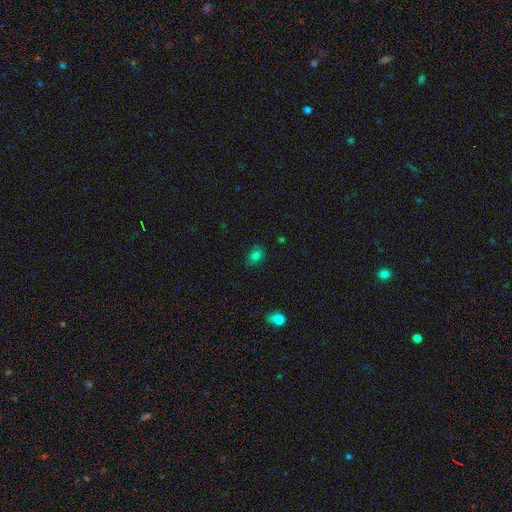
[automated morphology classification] smooth_or_featured: smooth (p=0.77) [alt: star or artifact p=0.14]
how_rounded: round (p=0.59) [alt: in between p=0.40]
merging: none (p=0.82) [alt: minor disturbance p=0.13]